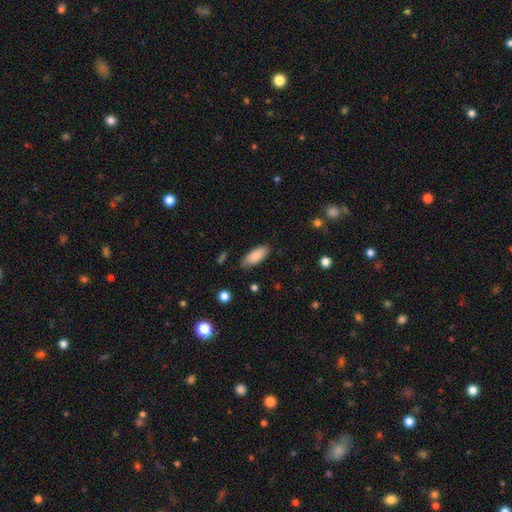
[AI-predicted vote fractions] Overall: smooth (87%). How rounded: in between (82%). Merging: none (81%).